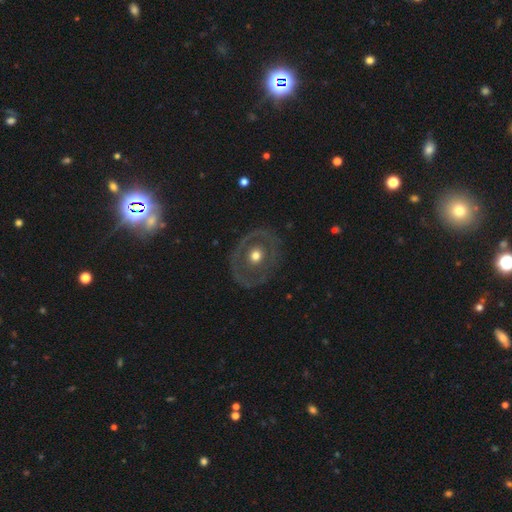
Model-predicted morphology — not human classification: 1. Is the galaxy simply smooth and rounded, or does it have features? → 61% featured or disk, 33% smooth, 6% star or artifact.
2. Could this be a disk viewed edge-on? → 95% no, 5% yes.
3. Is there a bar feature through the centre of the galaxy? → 88% no, 8% weak, 3% strong.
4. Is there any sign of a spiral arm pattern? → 82% no, 18% yes.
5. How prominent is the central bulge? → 76% moderate, 12% large, 10% small, 1% dominant, 1% none.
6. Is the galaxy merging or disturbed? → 79% none, 13% minor disturbance, 7% major disturbance, 1% merger.